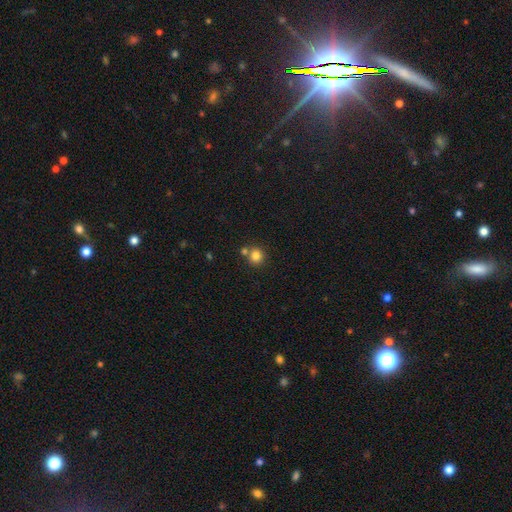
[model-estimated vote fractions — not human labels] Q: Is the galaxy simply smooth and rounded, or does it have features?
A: smooth — 82%.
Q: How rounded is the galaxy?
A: round — 90%.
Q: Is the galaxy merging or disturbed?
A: none — 68%.